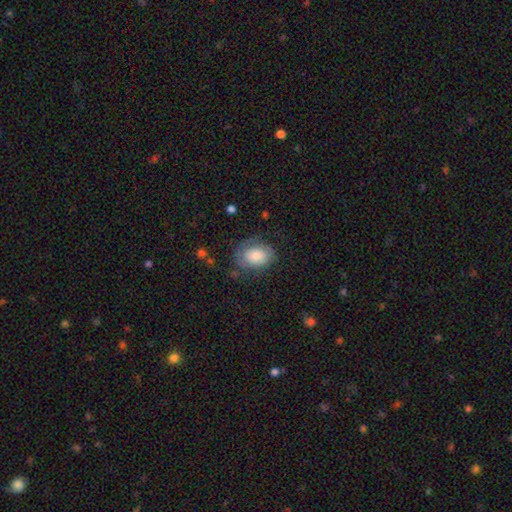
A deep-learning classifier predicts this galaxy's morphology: smooth 69%, featured or disk 23%, star or artifact 8%. Down the decision tree: how rounded — in between (72%); merging — none (62%).